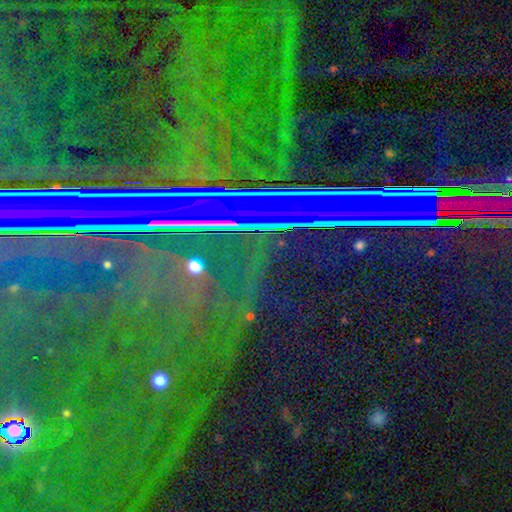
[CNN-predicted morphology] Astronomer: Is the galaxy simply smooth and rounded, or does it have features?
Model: star or artifact — 86%.